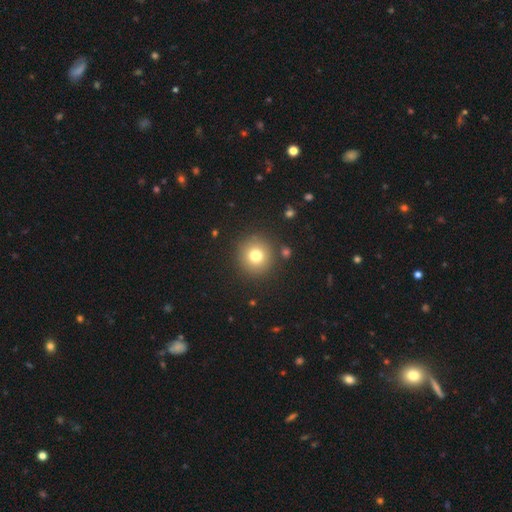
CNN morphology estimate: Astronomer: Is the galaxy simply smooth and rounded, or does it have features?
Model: smooth — 76%.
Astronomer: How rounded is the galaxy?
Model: round — 94%.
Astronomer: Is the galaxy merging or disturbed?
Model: none — 88%.